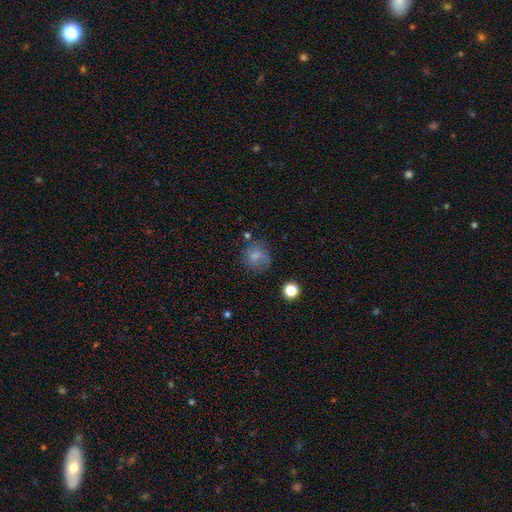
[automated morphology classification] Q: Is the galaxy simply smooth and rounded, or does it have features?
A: smooth — 72%.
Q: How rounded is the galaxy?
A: round — 76%.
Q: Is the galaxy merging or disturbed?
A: none — 63%.